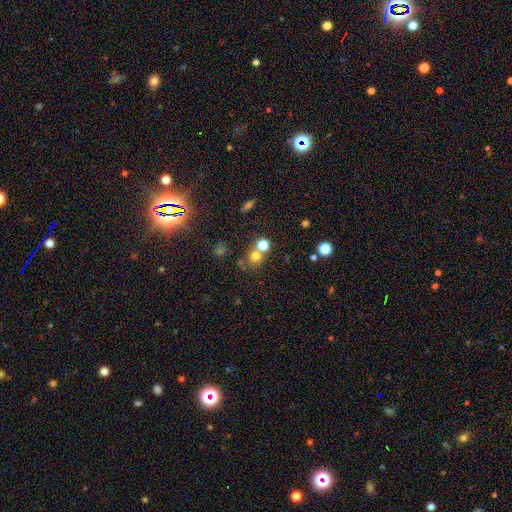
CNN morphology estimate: This appears to be a smooth galaxy with no disk features (68%) that is round (85%). Merging: none (57%).